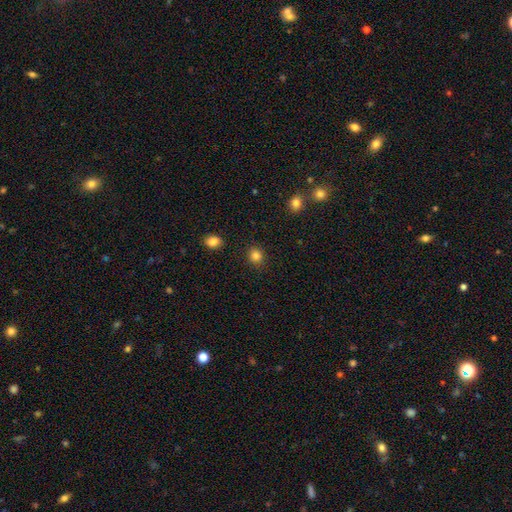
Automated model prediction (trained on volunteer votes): Overall: smooth (84%). How rounded: round (77%). Merging: none (89%).